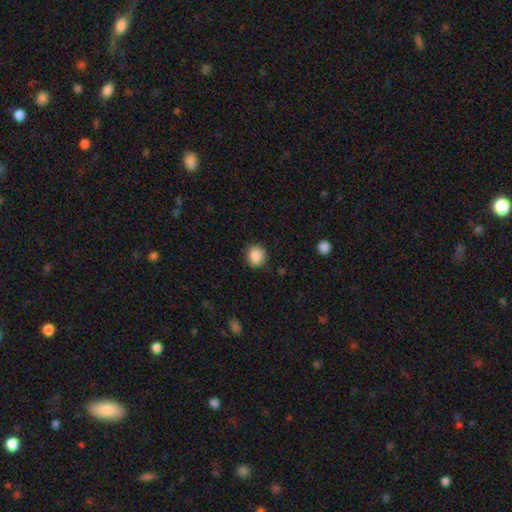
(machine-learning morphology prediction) A smooth galaxy with no disk features (88%) that is round (78%). Merging: none (87%).